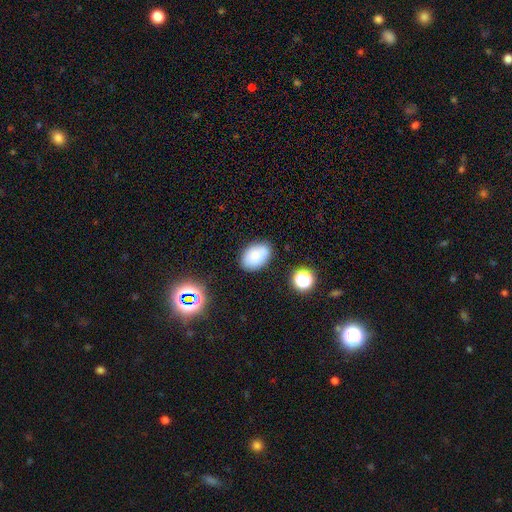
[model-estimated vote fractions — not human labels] A smooth galaxy with no disk features (83%) that is in between round and cigar-shaped (87%).

Vote fractions:
- Smooth or featured? smooth: 83% / star or artifact: 10% / featured or disk: 7%
- How rounded? in between: 87% / round: 12% / cigar-shaped: 1%
- Merging? none: 82% / minor disturbance: 13% / major disturbance: 3% / merger: 3%